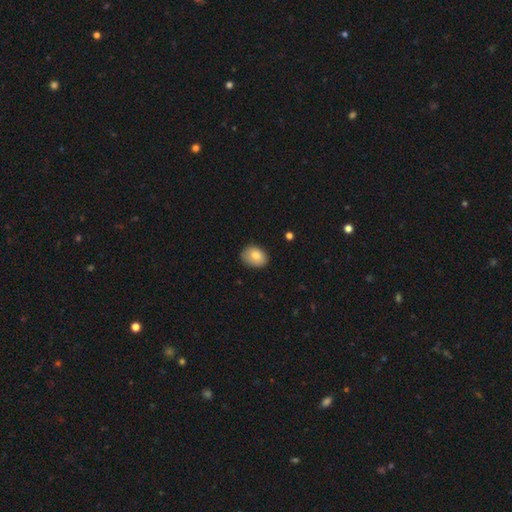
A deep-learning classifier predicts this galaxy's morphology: type=smooth (82%); roundness=in between (66%); merging=none (78%).